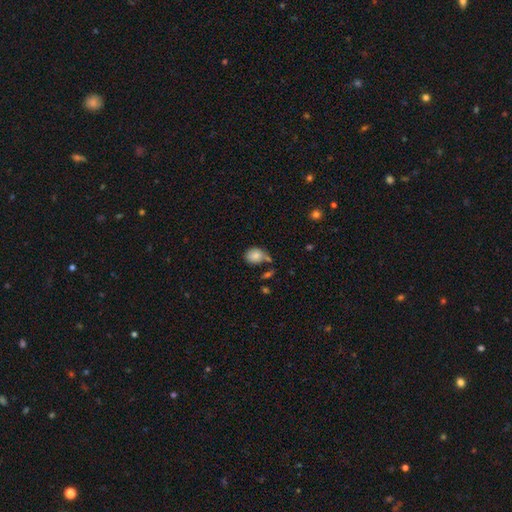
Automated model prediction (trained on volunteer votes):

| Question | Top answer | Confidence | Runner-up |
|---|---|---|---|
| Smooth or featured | smooth | 84% | star or artifact (8%) |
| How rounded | round | 50% | in between (49%) |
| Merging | none | 57% | minor disturbance (21%) |